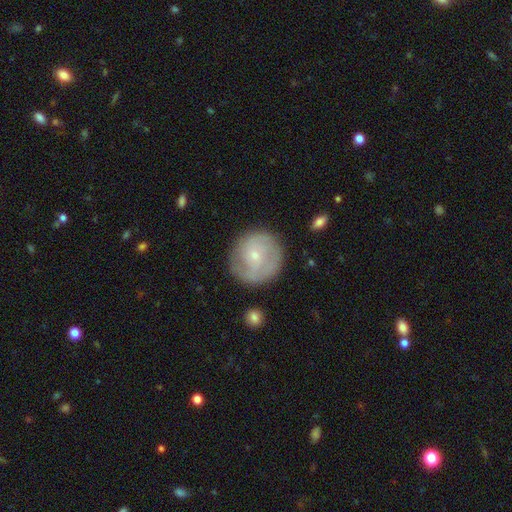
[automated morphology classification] Q: Smooth or featured?
A: featured or disk (60%); runner-up: smooth (33%)
Q: Edge-on disk?
A: no (97%); runner-up: yes (3%)
Q: Bar?
A: no (68%); runner-up: weak (27%)
Q: Spiral arms?
A: yes (81%); runner-up: no (19%)
Q: Bulge size?
A: small (78%); runner-up: moderate (18%)
Q: Merging?
A: none (79%); runner-up: minor disturbance (14%)